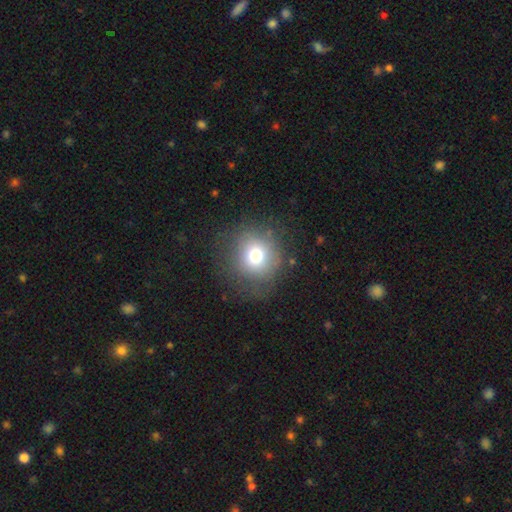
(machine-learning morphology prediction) smooth_or_featured: smooth (p=0.72) [alt: star or artifact p=0.15]
how_rounded: round (p=0.90) [alt: in between p=0.09]
merging: none (p=0.77) [alt: minor disturbance p=0.14]